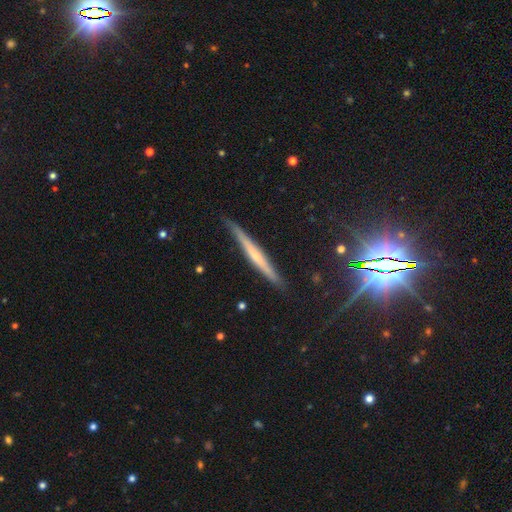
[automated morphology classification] smooth-or-featured: featured or disk: 62% | smooth: 30% | star or artifact: 8%
  disk-edge-on: yes: 97% | no: 3%
    edge-on-bulge: rounded: 48% | none: 45% | boxy: 7%
  merging: none: 87% | minor disturbance: 10% | major disturbance: 2% | merger: 1%